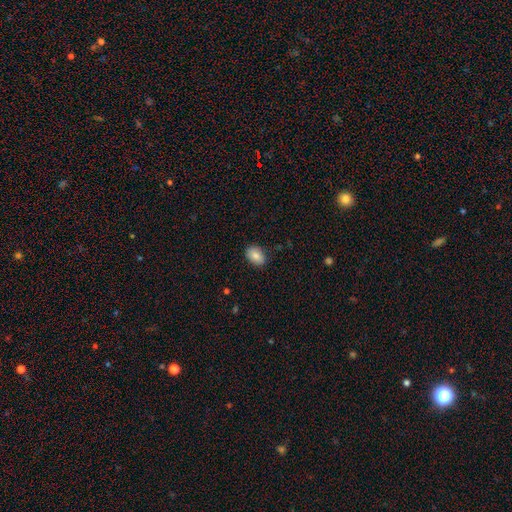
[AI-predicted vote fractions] Smooth or featured?
  - smooth: 82% *
  - featured or disk: 10%
  - star or artifact: 8%
How rounded?
  - in between: 83% *
  - round: 16%
  - cigar-shaped: 1%
Merging?
  - none: 85% *
  - minor disturbance: 12%
  - major disturbance: 2%
  - merger: 1%